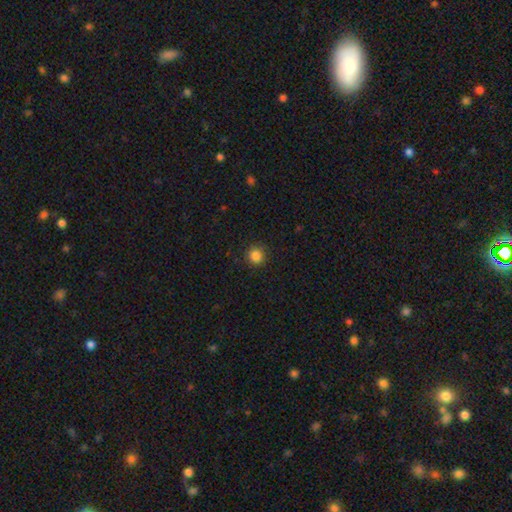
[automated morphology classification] A smooth galaxy with no disk features (86%) that is round (93%). Merging: none (90%).